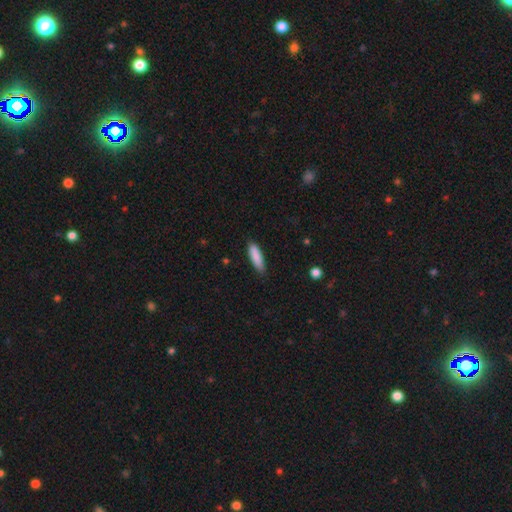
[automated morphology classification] Smooth or featured: smooth — 87% (featured or disk — 7%)
How rounded: cigar-shaped — 66% (in between — 33%)
Merging: none — 83% (minor disturbance — 14%)